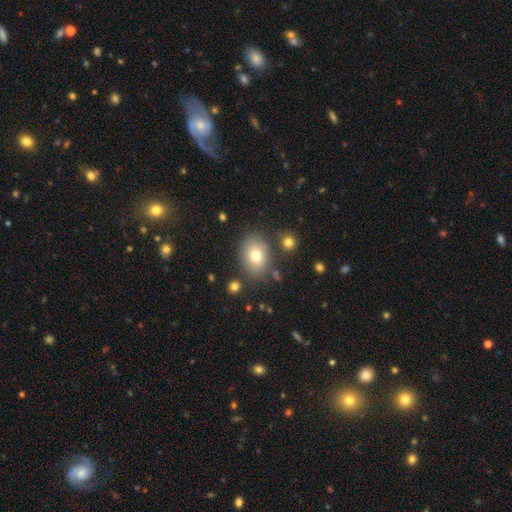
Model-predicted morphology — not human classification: Smooth or featured?
  - smooth: 74% *
  - featured or disk: 14%
  - star or artifact: 12%
How rounded?
  - in between: 55% *
  - round: 44%
  - cigar-shaped: 1%
Merging?
  - none: 78% *
  - minor disturbance: 12%
  - merger: 6%
  - major disturbance: 4%